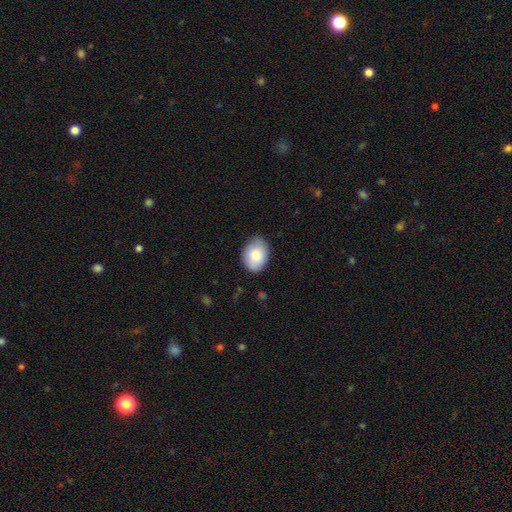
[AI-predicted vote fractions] This appears to be a smooth galaxy with no disk features (84%) that is in between round and cigar-shaped (75%). Merging: none (81%).